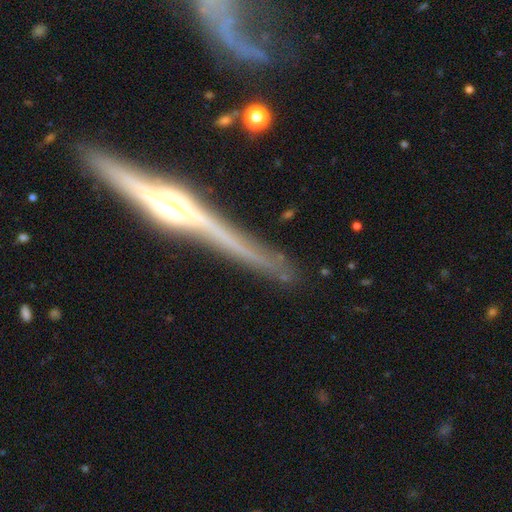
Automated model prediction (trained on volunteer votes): This appears to be a featured or disk galaxy (89%) viewed edge-on (97%) with a rounded central bulge (64%). Merging: none (83%).